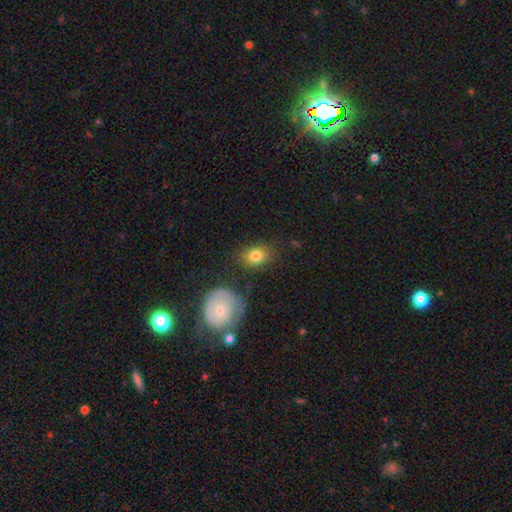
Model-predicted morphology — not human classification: smooth_or_featured: smooth (p=0.81) [alt: featured or disk p=0.10]
how_rounded: in between (p=0.58) [alt: round p=0.40]
merging: none (p=0.75) [alt: minor disturbance p=0.16]